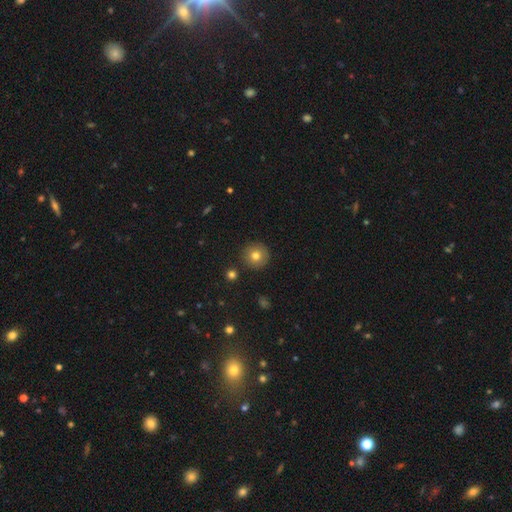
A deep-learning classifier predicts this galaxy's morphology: A smooth galaxy with no disk features (77%) that is round (95%). Merging: none (89%).